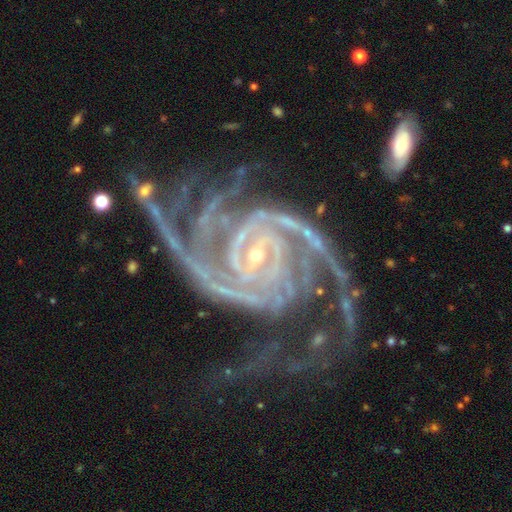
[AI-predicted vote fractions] This appears to be a featured or disk galaxy (94%) with no bar (39%), 2 (30%) tight (52%) spiral arms (99%) and a small central bulge (78%). Merging: none (52%).